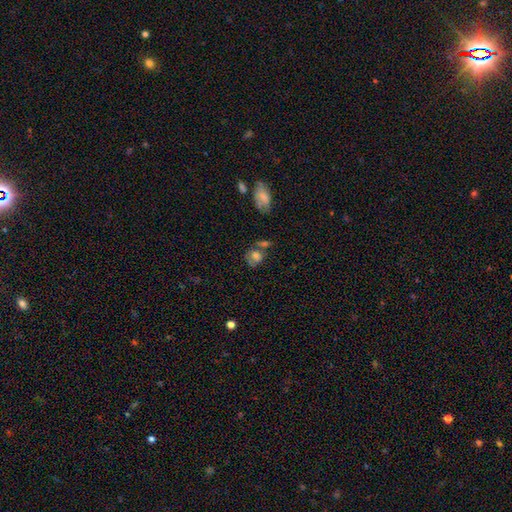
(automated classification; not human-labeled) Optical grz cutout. It shows a smooth galaxy with no disk features (63%) that is round (55%). Merging: none (44%).